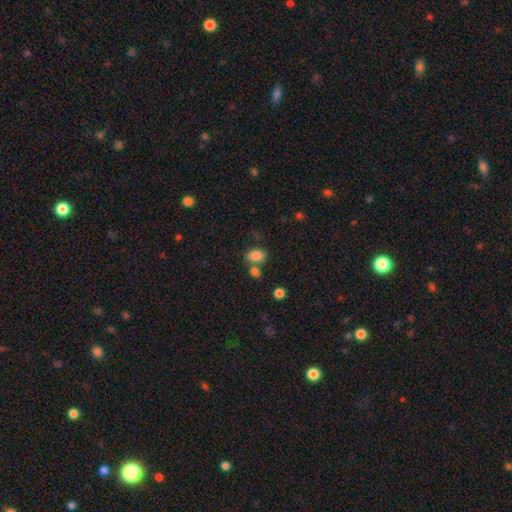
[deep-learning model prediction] Q: Smooth or featured?
A: smooth (84%); runner-up: star or artifact (10%)
Q: How rounded?
A: in between (78%); runner-up: round (20%)
Q: Merging?
A: none (57%); runner-up: merger (26%)